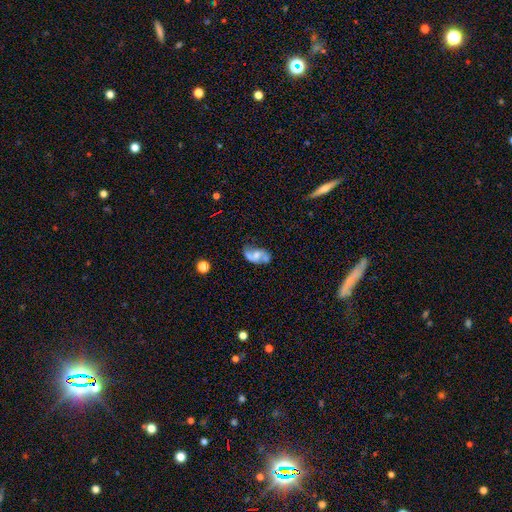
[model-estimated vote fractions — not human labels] The model was most divided on "bulge size": moderate: 40%, small: 36%, none: 17%, large: 5%, dominant: 1%. Remaining: edge-on disk — no (96%); spiral arm count — 2 (87%); spiral arms — yes (86%); smooth or featured — featured or disk (68%); spiral winding — loose (59%); merging — none (57%); bar — no (49%).